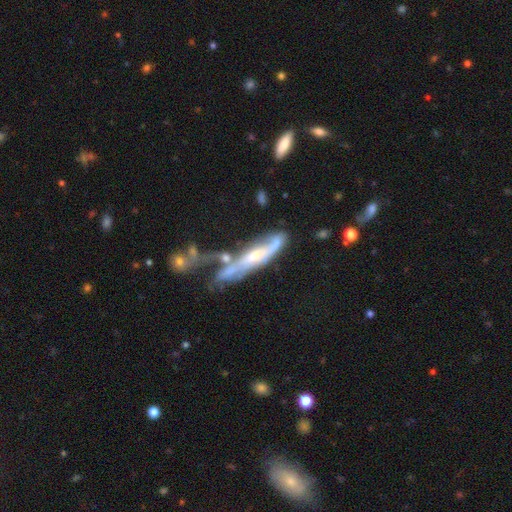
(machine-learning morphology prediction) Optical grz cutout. It shows a featured or disk galaxy (70%). Merging: none (31%).